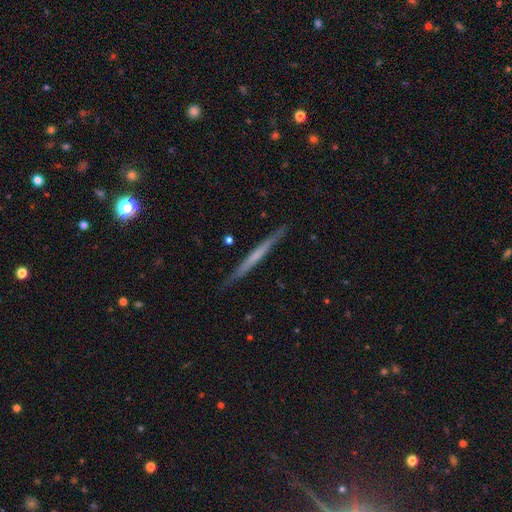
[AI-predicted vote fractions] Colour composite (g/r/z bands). It shows a featured or disk galaxy (55%) viewed edge-on (97%) with no central bulge (84%). Merging: none (90%).